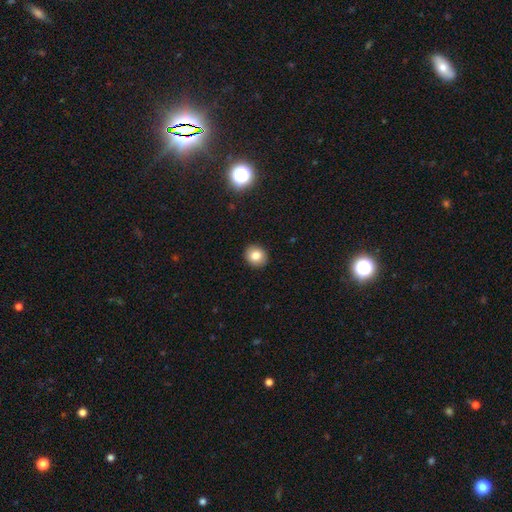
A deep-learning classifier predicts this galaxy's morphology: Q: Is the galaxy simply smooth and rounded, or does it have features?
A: smooth — 81%.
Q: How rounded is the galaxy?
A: round — 75%.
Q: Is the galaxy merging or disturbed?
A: none — 91%.